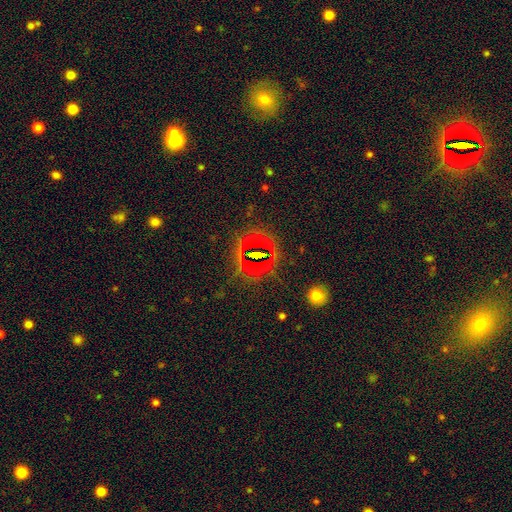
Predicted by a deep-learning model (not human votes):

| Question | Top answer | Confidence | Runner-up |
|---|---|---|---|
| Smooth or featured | star or artifact | 71% | smooth (18%) |